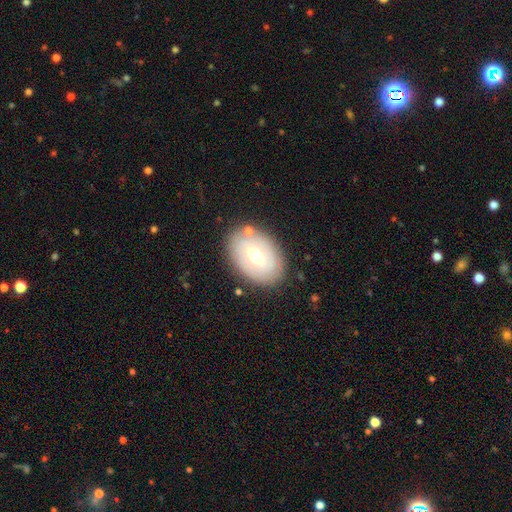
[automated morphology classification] Smooth or featured? Predicted: smooth (p=0.47). Merging? Predicted: none (p=0.79).